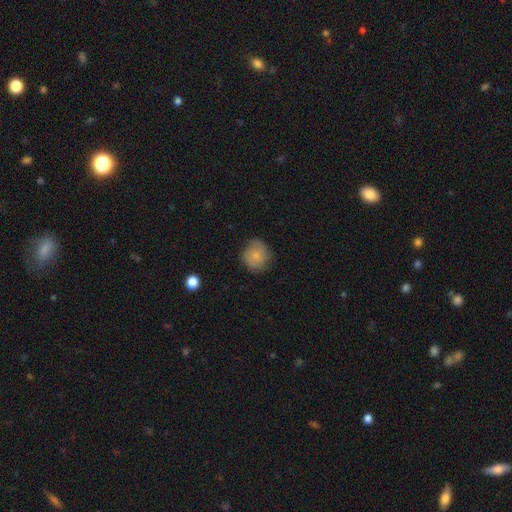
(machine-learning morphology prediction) This appears to be a smooth galaxy with no disk features (77%) that is round (86%). Merging: none (74%).